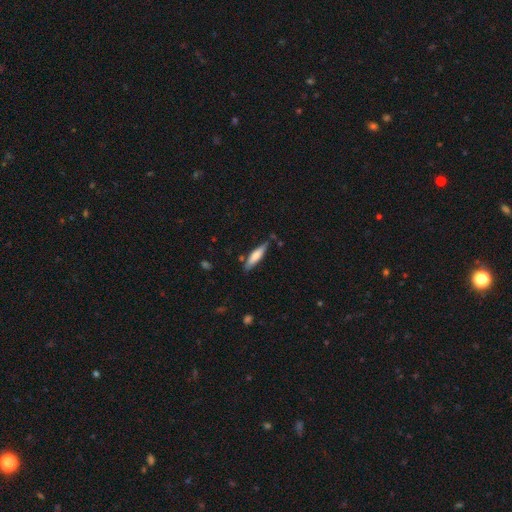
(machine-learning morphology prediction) Smooth or featured? smooth (67%)
How rounded? cigar-shaped (75%)
Merging? none (78%)